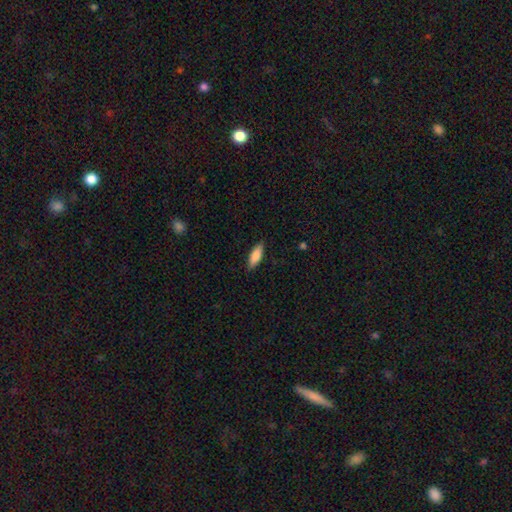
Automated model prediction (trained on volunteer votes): Morphology: type=smooth (82%); roundness=in between (65%); merging=none (86%).